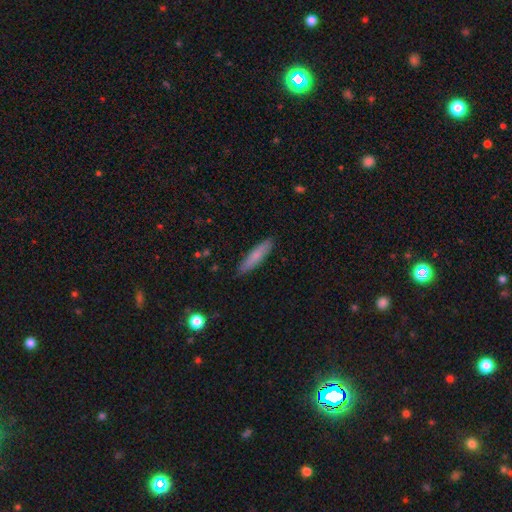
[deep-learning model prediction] This is likely a smooth galaxy (71%). How rounded: clearly cigar-shaped (86%). Merging: clearly none (89%).